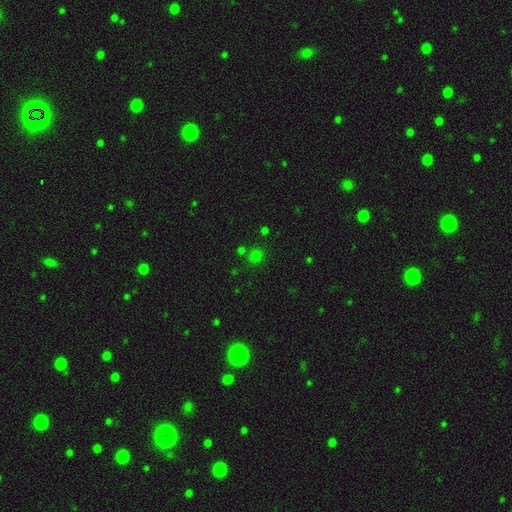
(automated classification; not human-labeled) smooth_or_featured: smooth (p=0.66) [alt: star or artifact p=0.29]
how_rounded: round (p=0.89) [alt: in between p=0.10]
merging: none (p=0.77) [alt: merger p=0.12]